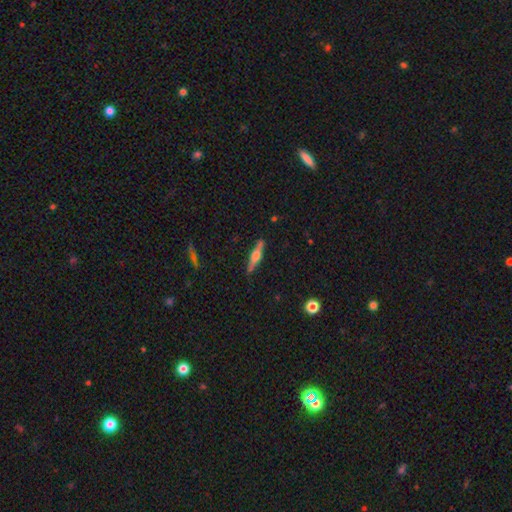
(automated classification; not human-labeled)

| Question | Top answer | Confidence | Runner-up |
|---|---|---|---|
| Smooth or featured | featured or disk | 66% | smooth (29%) |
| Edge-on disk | yes | 97% | no (3%) |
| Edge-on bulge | rounded | 88% | boxy (9%) |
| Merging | none | 88% | minor disturbance (9%) |